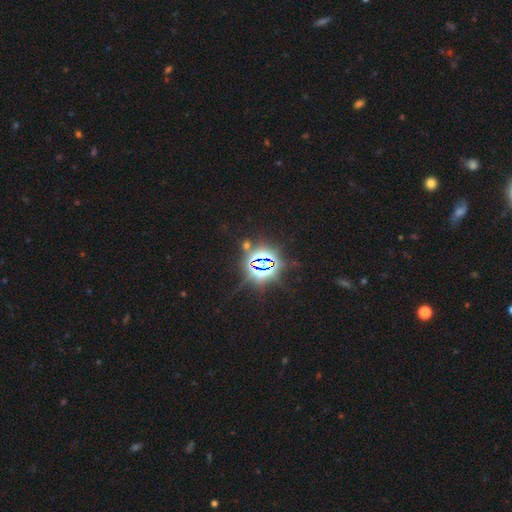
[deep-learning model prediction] The model was most divided on "smooth or featured": star or artifact: 85%, smooth: 9%, featured or disk: 7%.